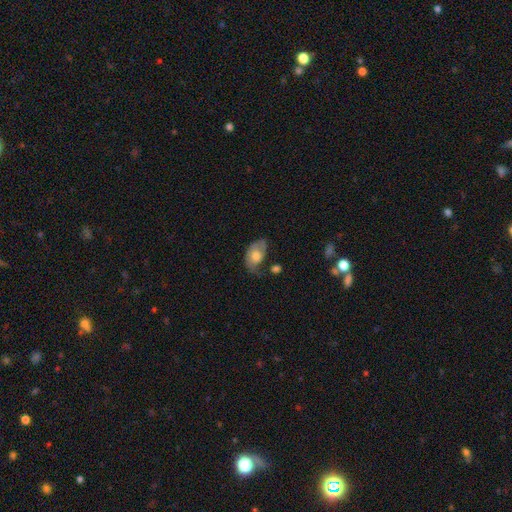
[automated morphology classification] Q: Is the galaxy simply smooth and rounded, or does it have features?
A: smooth — 48%.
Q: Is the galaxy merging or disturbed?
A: none — 36%.